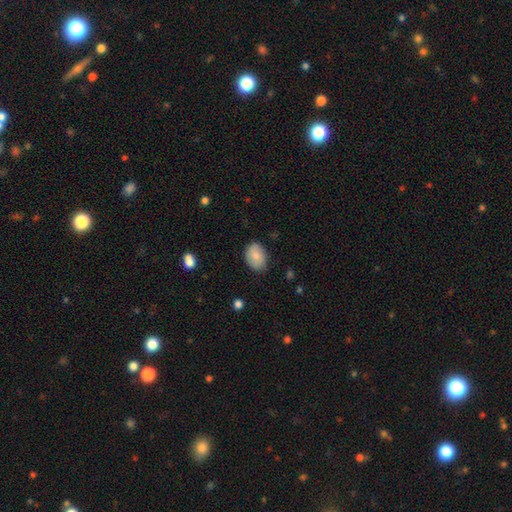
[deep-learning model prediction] A smooth galaxy with no disk features (80%) that is in between round and cigar-shaped (76%). Merging: none (80%).